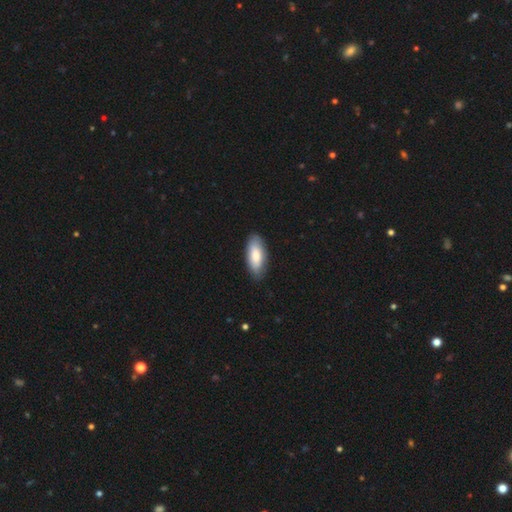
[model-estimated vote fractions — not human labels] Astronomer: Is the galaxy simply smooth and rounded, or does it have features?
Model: smooth — 80%.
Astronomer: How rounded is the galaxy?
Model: in between — 83%.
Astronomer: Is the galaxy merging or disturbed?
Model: none — 84%.